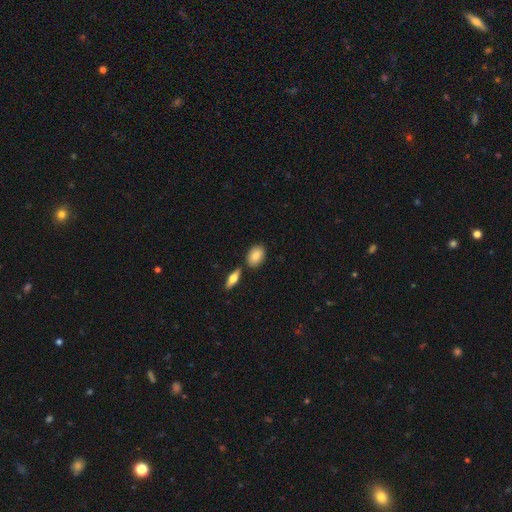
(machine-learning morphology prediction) A smooth galaxy with no disk features (82%) that is in between round and cigar-shaped (83%).

Vote fractions:
- Smooth or featured? smooth: 82% / featured or disk: 11% / star or artifact: 6%
- How rounded? in between: 83% / round: 14% / cigar-shaped: 3%
- Merging? none: 78% / minor disturbance: 11% / merger: 9% / major disturbance: 2%